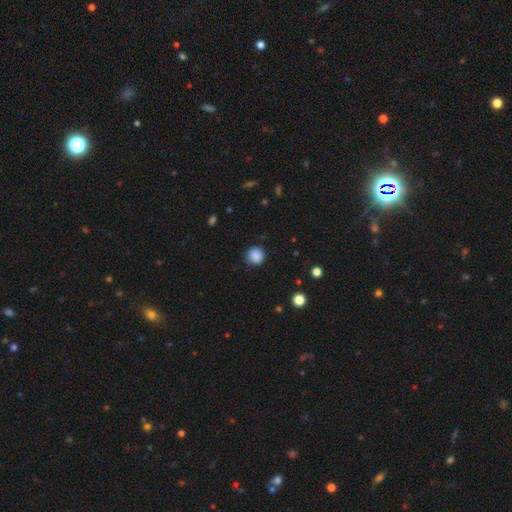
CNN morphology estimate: type=smooth (87%); roundness=round (91%); merging=none (86%).